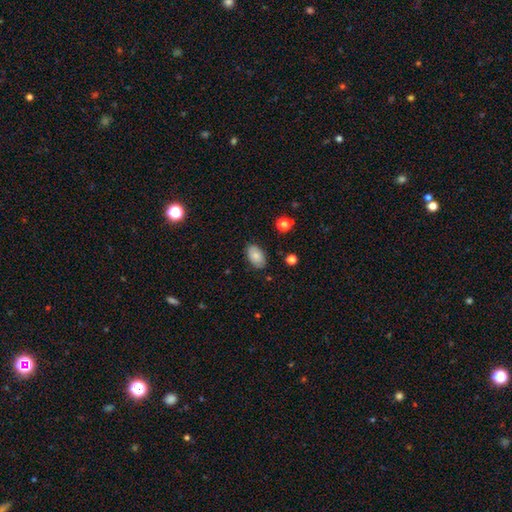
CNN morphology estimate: This appears to be a smooth galaxy with no disk features (81%) that is in between round and cigar-shaped (92%). Merging: none (83%).